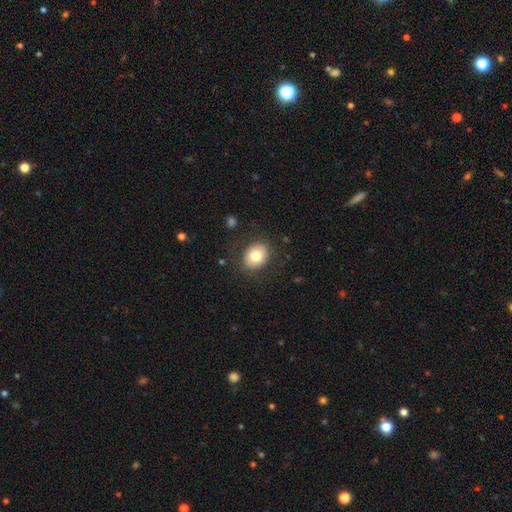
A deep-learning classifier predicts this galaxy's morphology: A smooth galaxy with no disk features (79%) that is in between round and cigar-shaped (53%). Merging: none (84%).